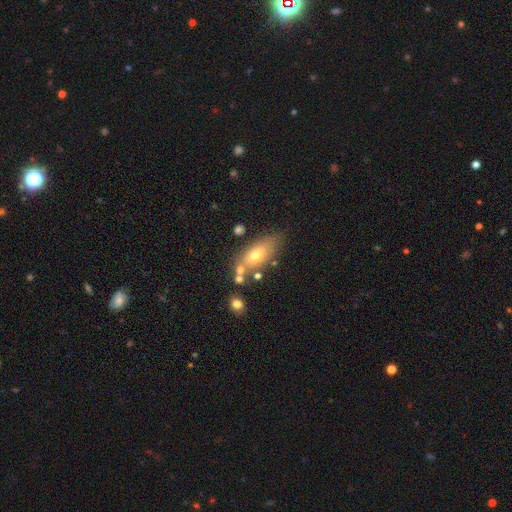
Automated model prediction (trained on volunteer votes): Smooth or featured: smooth — 63% (featured or disk — 28%)
How rounded: in between — 75% (cigar-shaped — 19%)
Merging: none — 65% (minor disturbance — 16%)